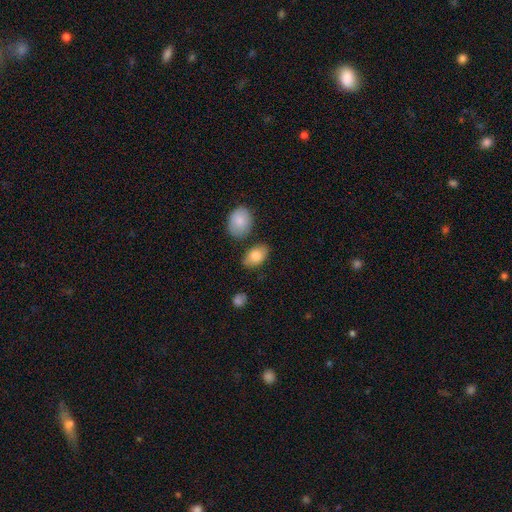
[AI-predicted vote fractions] Smooth or featured? Predicted: smooth (p=0.81). How rounded? Predicted: in between (p=0.90). Merging? Predicted: none (p=0.77).